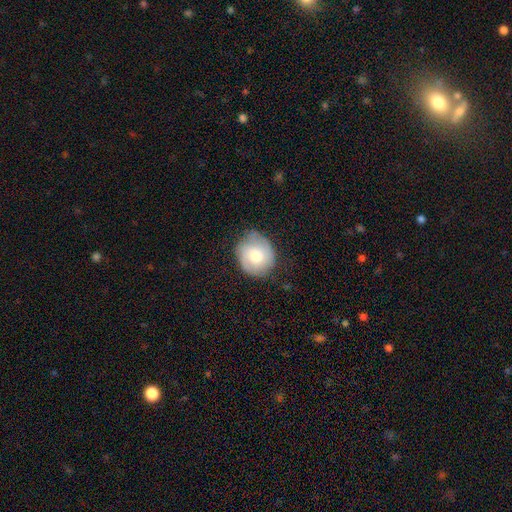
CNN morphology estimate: Smooth or featured?
  - smooth: 61% *
  - featured or disk: 32%
  - star or artifact: 7%
How rounded?
  - round: 76% *
  - in between: 23%
  - cigar-shaped: 1%
Merging?
  - none: 68% *
  - minor disturbance: 25%
  - major disturbance: 6%
  - merger: 1%